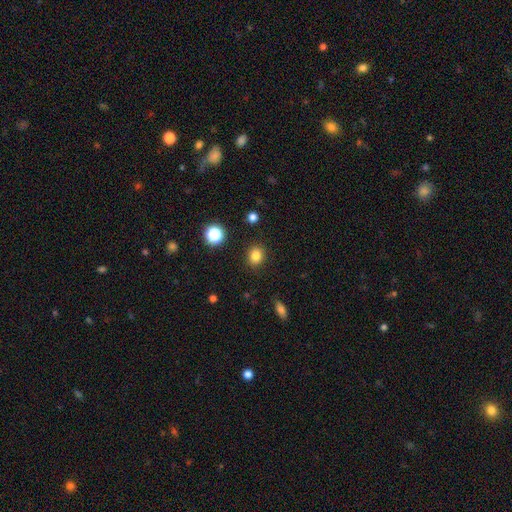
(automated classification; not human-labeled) Morphology: type=smooth (82%); roundness=round (69%); merging=none (89%).